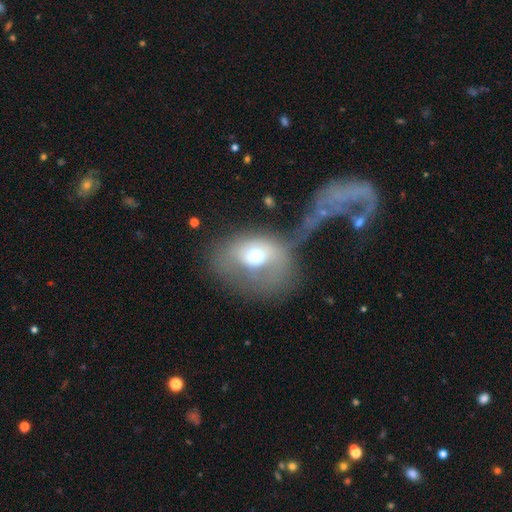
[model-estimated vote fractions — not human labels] A smooth galaxy with no disk features (52%) that is in between round and cigar-shaped (58%). Merging: major disturbance (47%).